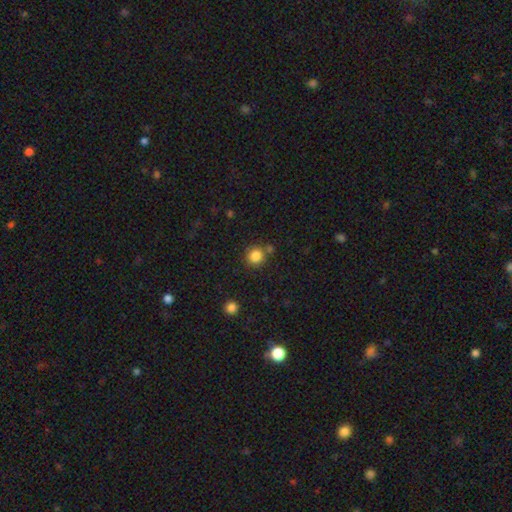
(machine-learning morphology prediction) This appears to be a smooth galaxy with no disk features (84%) that is round (90%). Merging: none (75%).